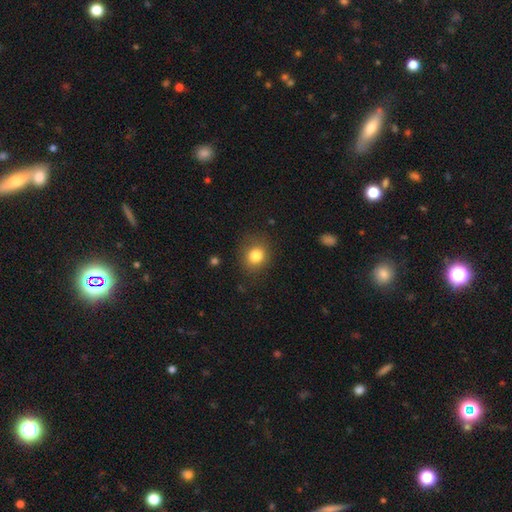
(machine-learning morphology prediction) Smooth or featured?
  - smooth: 81% *
  - star or artifact: 11%
  - featured or disk: 8%
How rounded?
  - round: 72% *
  - in between: 28%
  - cigar-shaped: 1%
Merging?
  - none: 82% *
  - minor disturbance: 12%
  - major disturbance: 4%
  - merger: 1%